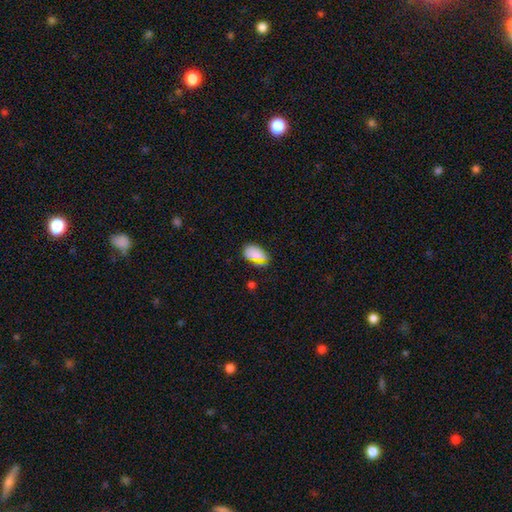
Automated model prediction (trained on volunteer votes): smooth-or-featured: smooth: 74% | star or artifact: 18% | featured or disk: 8%
  how-rounded: in between: 88% | round: 9% | cigar-shaped: 3%
  merging: none: 72% | minor disturbance: 19% | major disturbance: 5% | merger: 3%